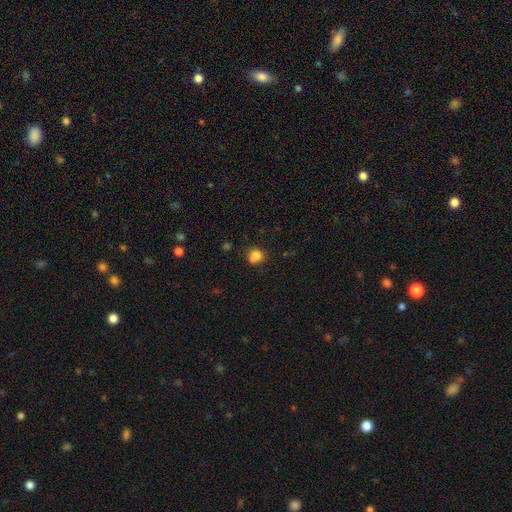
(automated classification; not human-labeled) Morphology: type=smooth (76%); roundness=round (76%); merging=none (42%).